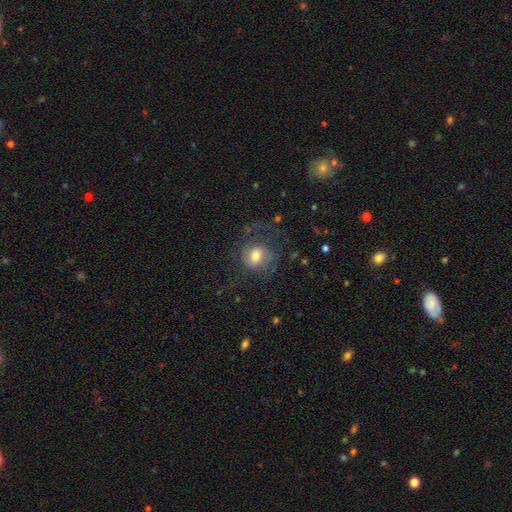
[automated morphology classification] Overall: featured or disk (46%; smooth 44%). Merging: none (52%; major disturbance 28%).